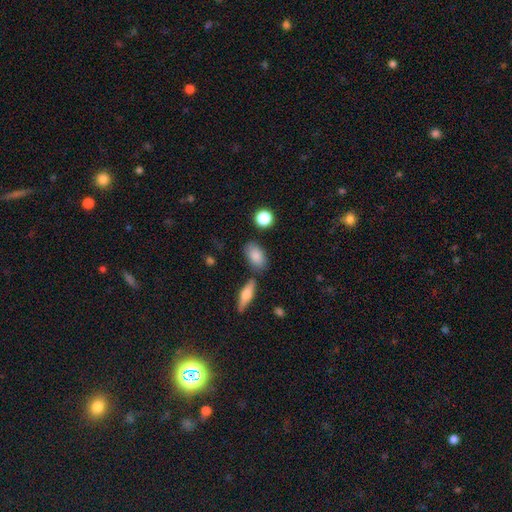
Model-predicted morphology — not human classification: Smooth or featured: smooth — 85% (featured or disk — 8%)
How rounded: in between — 89% (round — 8%)
Merging: none — 74% (minor disturbance — 15%)